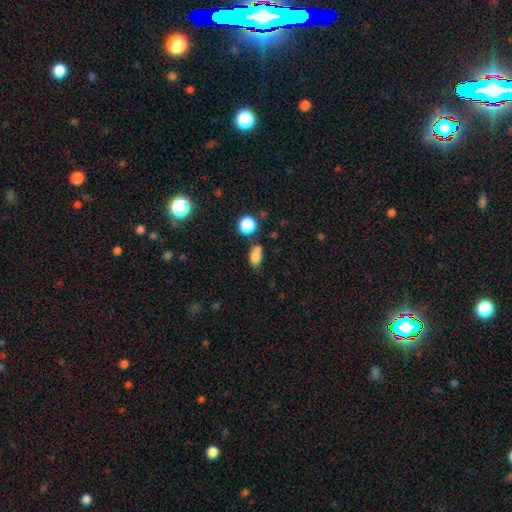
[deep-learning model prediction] Morphology: type=smooth (80%); roundness=in between (79%); merging=none (51%).